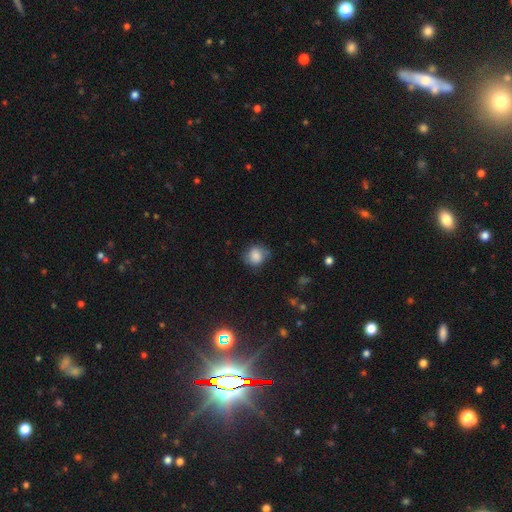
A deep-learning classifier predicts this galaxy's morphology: Smooth or featured? smooth (82%)
How rounded? round (75%)
Merging? none (68%)